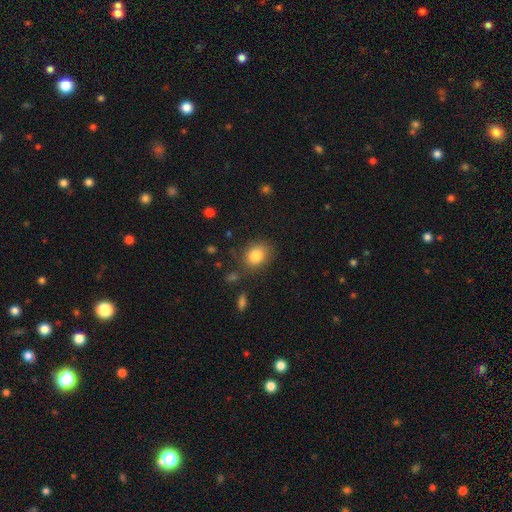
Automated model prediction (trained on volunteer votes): A smooth galaxy with no disk features (83%) that is round (51%).

Vote fractions:
- Smooth or featured? smooth: 83% / star or artifact: 9% / featured or disk: 7%
- How rounded? round: 51% / in between: 48% / cigar-shaped: 1%
- Merging? none: 78% / minor disturbance: 14% / major disturbance: 4% / merger: 3%